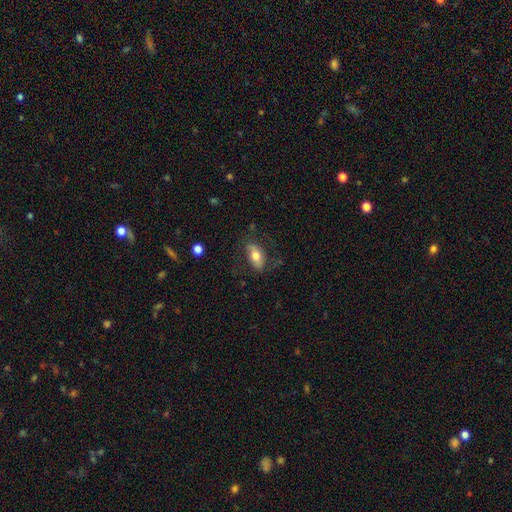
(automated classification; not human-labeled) This appears to be a smooth galaxy with no disk features (64%) that is in between round and cigar-shaped (87%). Merging: none (71%).